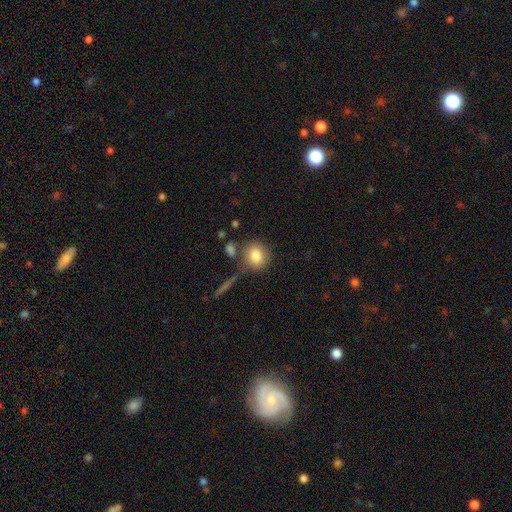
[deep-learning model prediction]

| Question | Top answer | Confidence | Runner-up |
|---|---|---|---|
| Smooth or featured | smooth | 82% | featured or disk (9%) |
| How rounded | round | 80% | in between (18%) |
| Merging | none | 73% | minor disturbance (12%) |